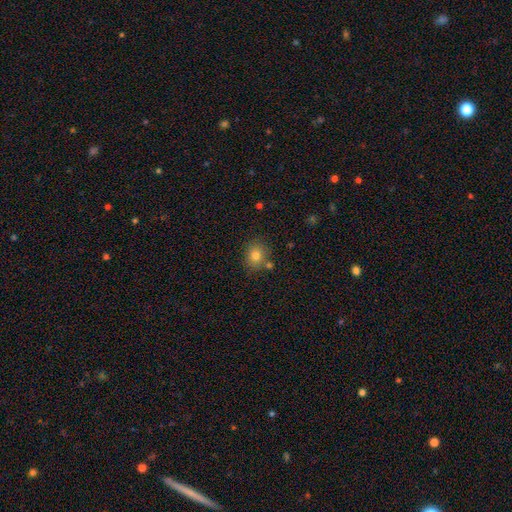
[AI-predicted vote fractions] The model was most divided on "how rounded": round: 68%, in between: 31%, cigar-shaped: 1%. More confident: smooth or featured — smooth (79%); merging — none (77%).